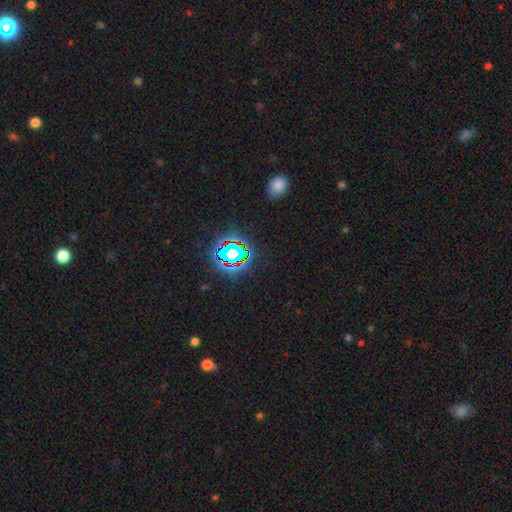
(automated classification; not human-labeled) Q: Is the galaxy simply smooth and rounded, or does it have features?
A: star or artifact — 76%.